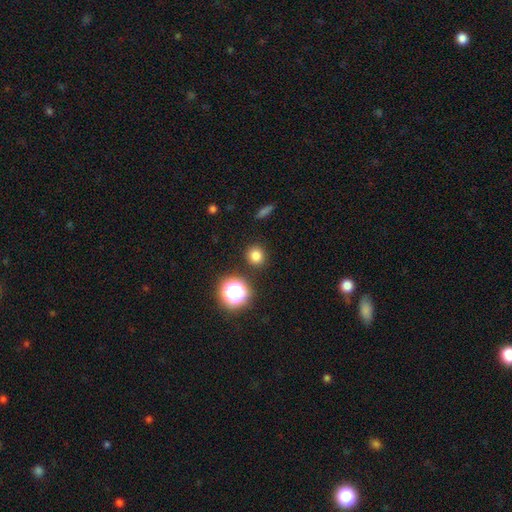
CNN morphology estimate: Smooth or featured: smooth — 79% (star or artifact — 17%)
How rounded: round — 92% (in between — 7%)
Merging: none — 90% (minor disturbance — 5%)